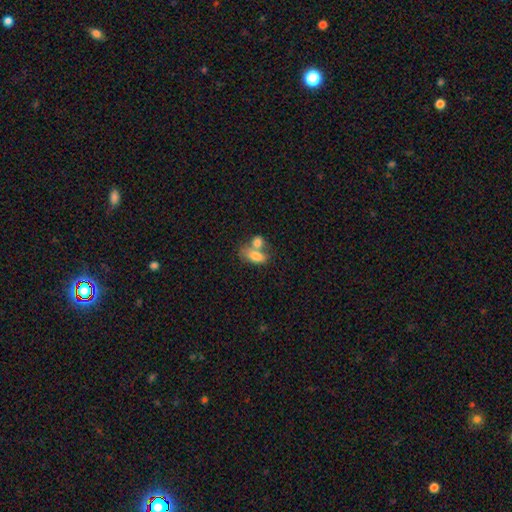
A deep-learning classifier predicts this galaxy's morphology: This is likely a smooth galaxy (77%). How rounded: clearly in between (86%). Merging: possibly merger (56%).